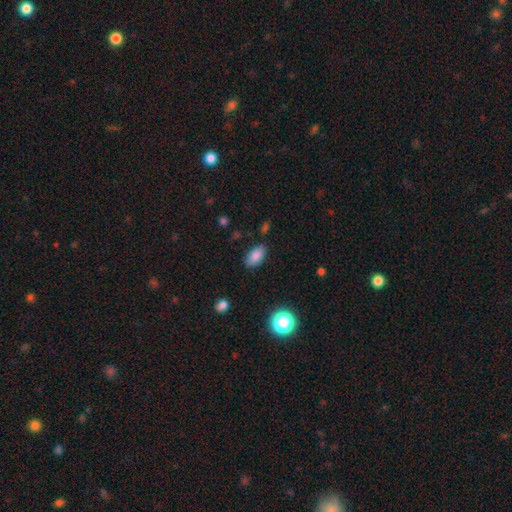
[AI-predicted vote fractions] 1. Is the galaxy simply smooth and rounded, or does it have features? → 85% smooth, 9% star or artifact, 6% featured or disk.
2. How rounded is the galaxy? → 92% in between, 5% round, 3% cigar-shaped.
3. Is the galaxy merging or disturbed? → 82% none, 14% minor disturbance, 3% major disturbance, 2% merger.